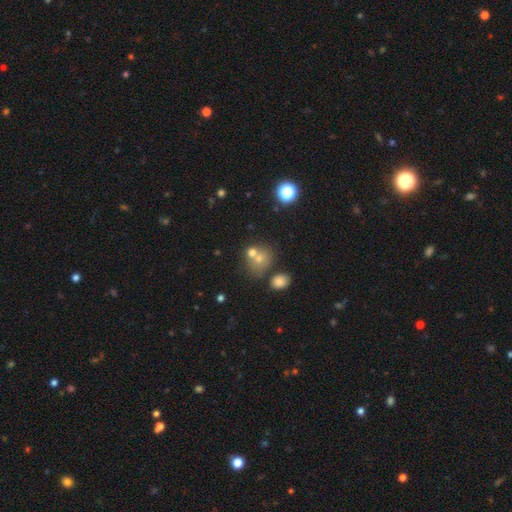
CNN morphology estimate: This appears to be a smooth galaxy with no disk features (64%) that is round (71%). Merging: merger (49%).